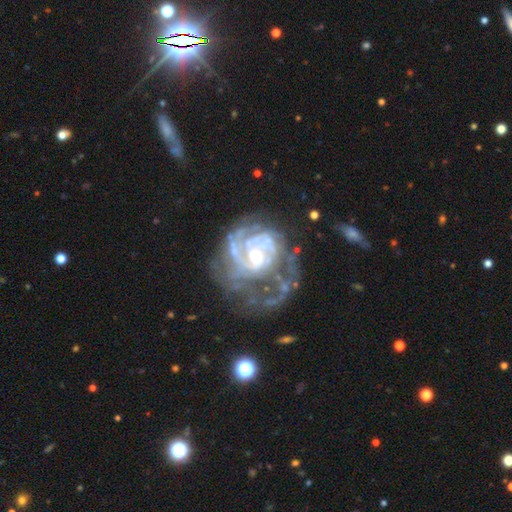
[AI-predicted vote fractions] Smooth or featured? featured or disk (87%)
Edge-on disk? no (98%)
Bar? no (63%)
Spiral arms? yes (89%)
Spiral winding? tight (53%)
Spiral arm count? can't tell (36%)
Bulge size? moderate (53%)
Merging? none (39%)